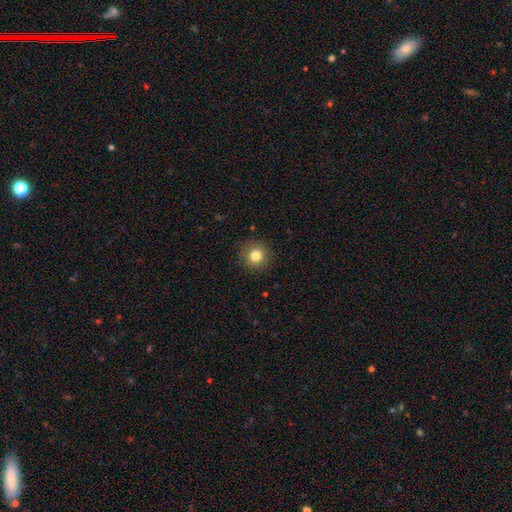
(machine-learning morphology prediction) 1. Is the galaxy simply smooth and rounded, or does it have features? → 82% smooth, 11% star or artifact, 7% featured or disk.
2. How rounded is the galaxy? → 94% round, 5% in between, 1% cigar-shaped.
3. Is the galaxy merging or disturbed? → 90% none, 7% minor disturbance, 2% major disturbance, 1% merger.